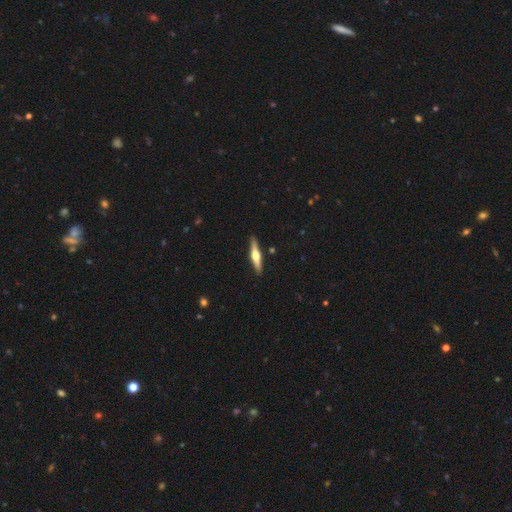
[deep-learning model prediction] Smooth or featured? featured or disk (62%)
Edge-on disk? yes (96%)
Edge-on bulge? rounded (92%)
Merging? none (90%)